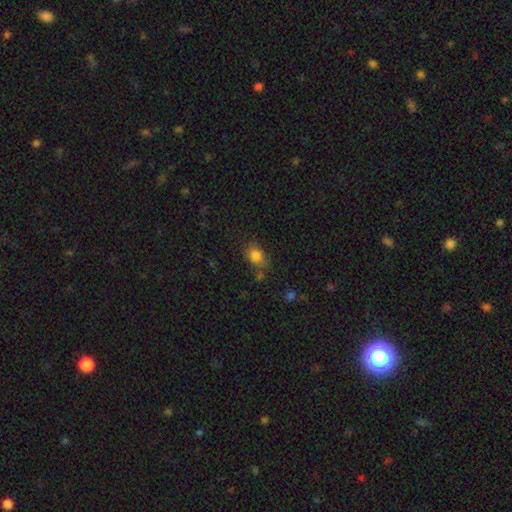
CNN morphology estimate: Smooth or featured: smooth — 83% (star or artifact — 11%)
How rounded: in between — 57% (round — 41%)
Merging: none — 66% (minor disturbance — 20%)